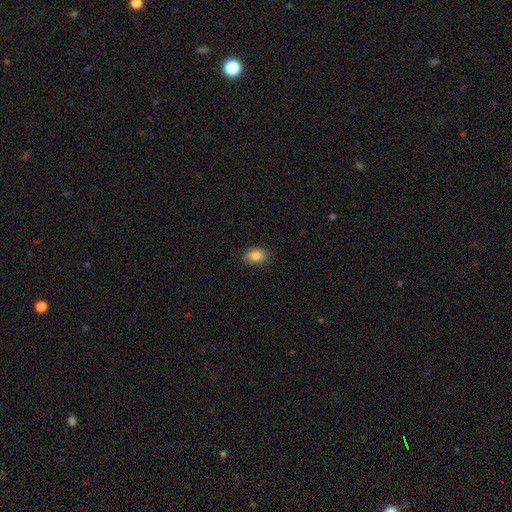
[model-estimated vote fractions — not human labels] This appears to be a smooth galaxy with no disk features (86%) that is in between round and cigar-shaped (83%). Merging: none (85%).